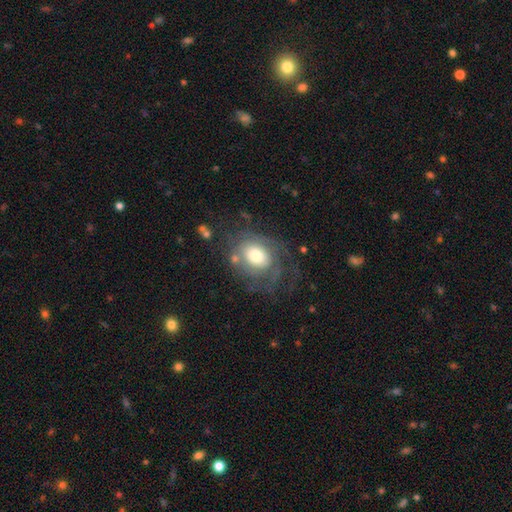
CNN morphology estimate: featured or disk 59%, smooth 33%, star or artifact 8%. Down the decision tree: edge-on disk — no (96%); bar — no (80%); spiral arms — yes (72%); bulge size — moderate (50%); merging — none (53%).